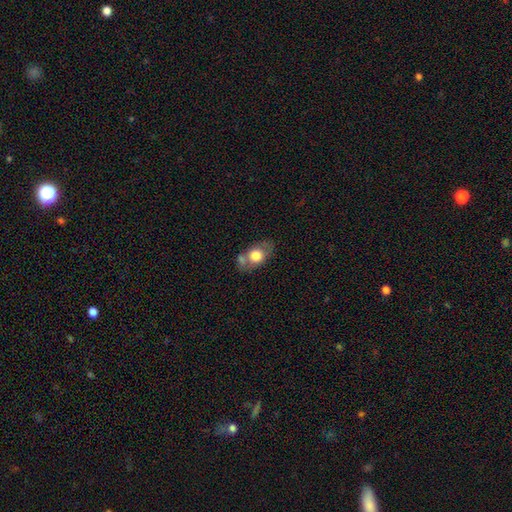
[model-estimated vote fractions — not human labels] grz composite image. It shows a smooth galaxy with no disk features (69%) that is in between round and cigar-shaped (74%). Merging: none (50%).